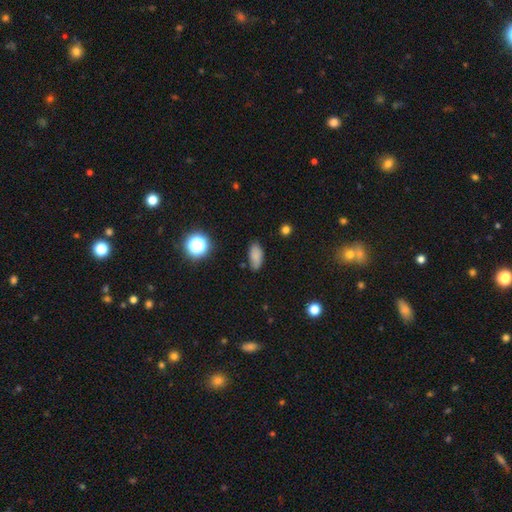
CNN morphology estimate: This appears to be a smooth galaxy with no disk features (78%) that is in between round and cigar-shaped (88%). Merging: none (75%).